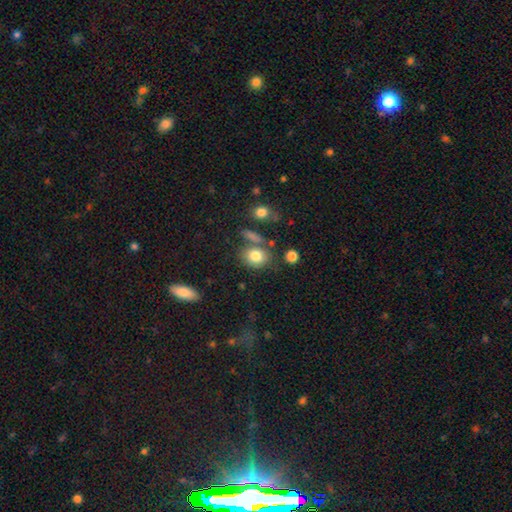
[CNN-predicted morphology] Q: Smooth or featured?
A: smooth (81%); runner-up: star or artifact (10%)
Q: How rounded?
A: round (50%); runner-up: in between (49%)
Q: Merging?
A: none (61%); runner-up: merger (17%)